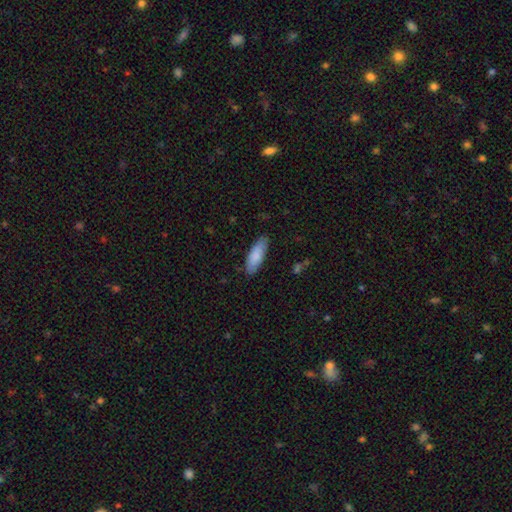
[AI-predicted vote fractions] smooth-or-featured: smooth: 85% | featured or disk: 10% | star or artifact: 5%
  how-rounded: in between: 61% | cigar-shaped: 37% | round: 1%
  merging: none: 83% | minor disturbance: 13% | major disturbance: 2% | merger: 1%